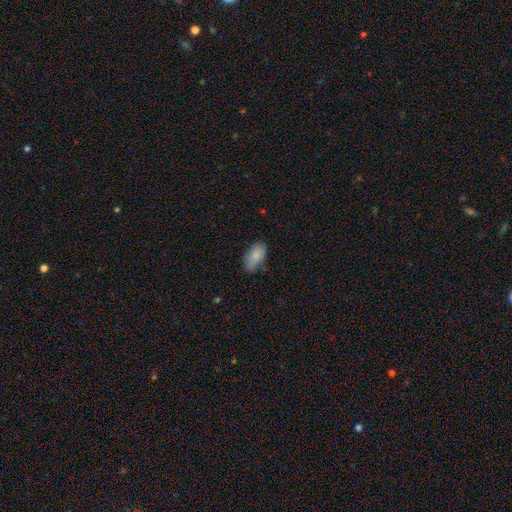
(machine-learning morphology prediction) Smooth or featured? smooth (84%)
How rounded? in between (93%)
Merging? none (66%)